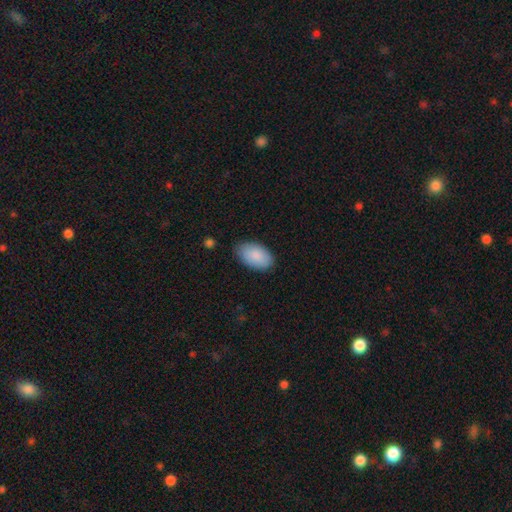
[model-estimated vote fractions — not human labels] smooth-or-featured: smooth: 89% | star or artifact: 6% | featured or disk: 5%
  how-rounded: in between: 95% | round: 4% | cigar-shaped: 1%
  merging: none: 82% | minor disturbance: 14% | major disturbance: 3% | merger: 1%